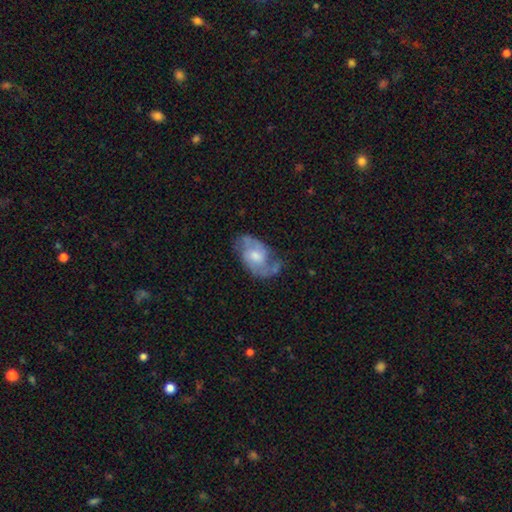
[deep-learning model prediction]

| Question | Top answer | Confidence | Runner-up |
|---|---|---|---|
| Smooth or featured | featured or disk | 71% | smooth (23%) |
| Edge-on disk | no | 96% | yes (4%) |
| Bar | no | 52% | weak (41%) |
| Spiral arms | yes | 86% | no (14%) |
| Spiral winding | medium | 49% | loose (30%) |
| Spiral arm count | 2 | 79% | can't tell (12%) |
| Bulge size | moderate | 54% | small (28%) |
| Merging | none | 57% | minor disturbance (26%) |